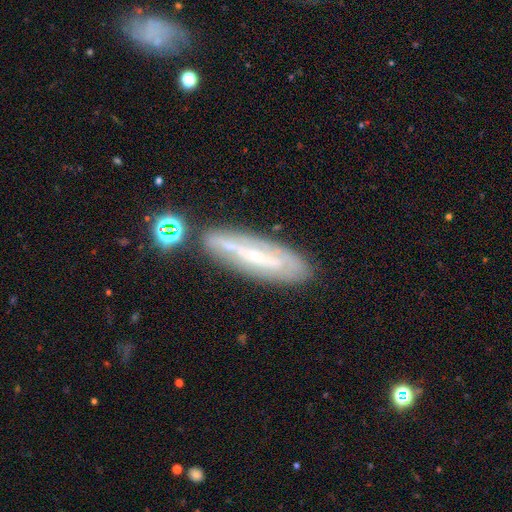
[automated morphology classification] Q: Smooth or featured?
A: featured or disk (62%); runner-up: smooth (29%)
Q: Edge-on disk?
A: no (55%); runner-up: yes (45%)
Q: Merging?
A: none (73%); runner-up: minor disturbance (17%)